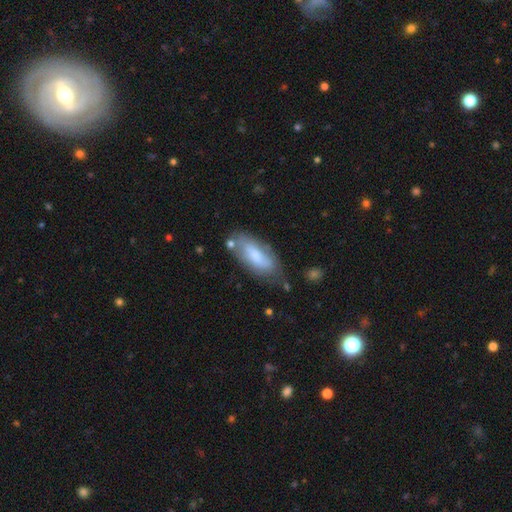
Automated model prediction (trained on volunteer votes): smooth 68%, featured or disk 26%, star or artifact 6%. Down the decision tree: how rounded — in between (80%); merging — none (61%).